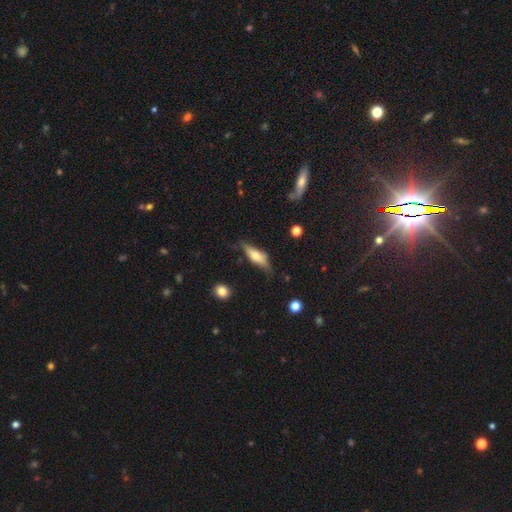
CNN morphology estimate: Smooth or featured? Predicted: featured or disk (p=0.49). Merging? Predicted: none (p=0.67).